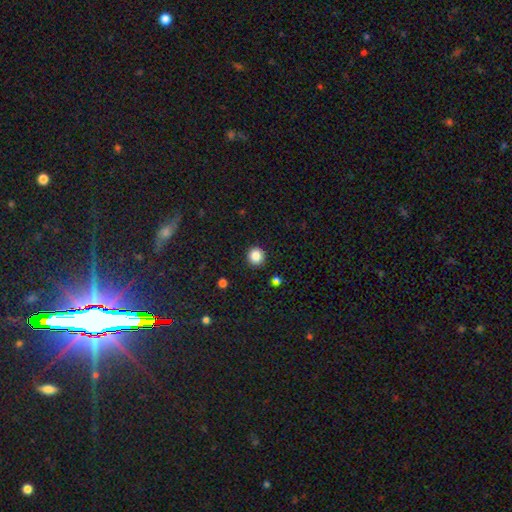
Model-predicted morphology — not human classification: A smooth galaxy with no disk features (85%) that is round (94%). Merging: none (92%).